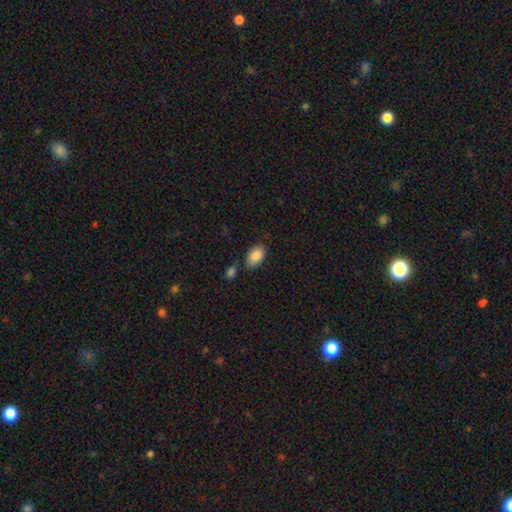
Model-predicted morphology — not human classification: smooth 86%, featured or disk 7%, star or artifact 7%. Down the decision tree: how rounded — in between (91%); merging — none (76%).